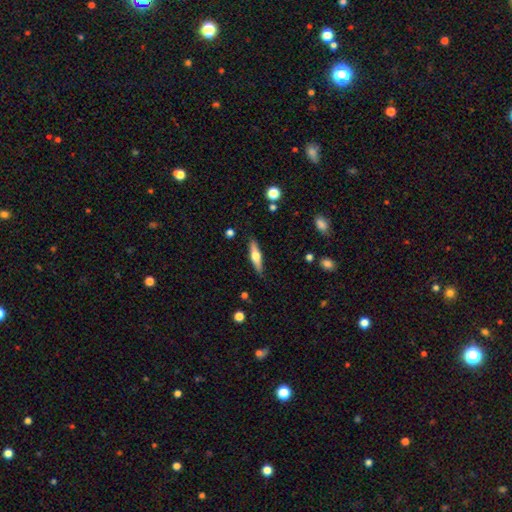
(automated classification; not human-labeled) Smooth or featured? Predicted: featured or disk (p=0.57). Edge-on disk? Predicted: yes (p=0.95). Edge-on bulge? Predicted: rounded (p=0.94). Merging? Predicted: none (p=0.88).